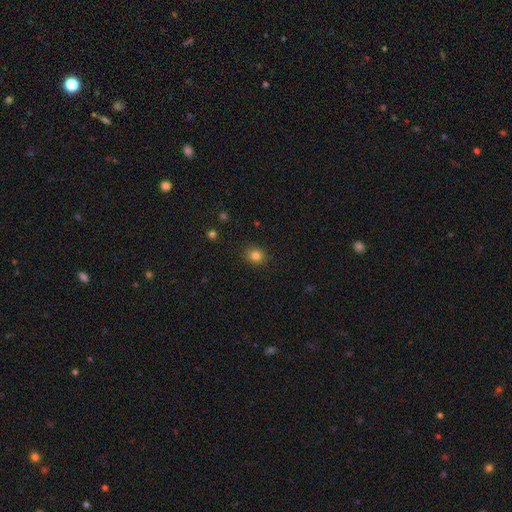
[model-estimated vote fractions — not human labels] Overall: smooth (82%). How rounded: round (74%). Merging: none (88%).